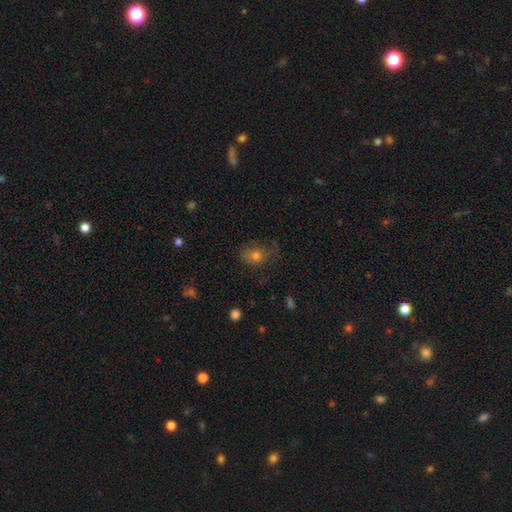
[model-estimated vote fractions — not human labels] smooth_or_featured: smooth (p=0.67) [alt: featured or disk p=0.16]
how_rounded: in between (p=0.54) [alt: round p=0.44]
merging: none (p=0.60) [alt: minor disturbance p=0.24]